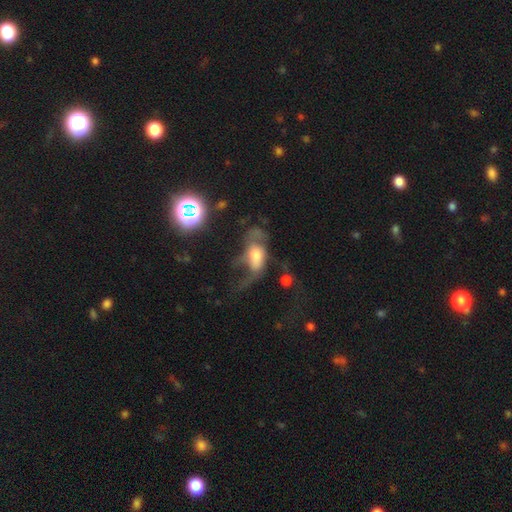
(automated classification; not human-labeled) Q: Smooth or featured?
A: featured or disk (47%); runner-up: smooth (41%)
Q: Merging?
A: major disturbance (57%); runner-up: none (21%)